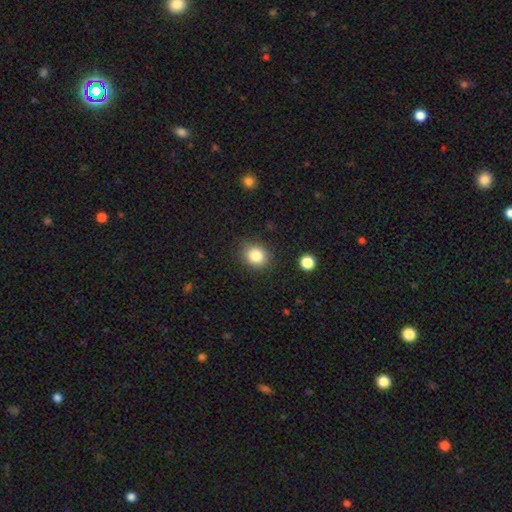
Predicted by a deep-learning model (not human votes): This appears to be a smooth galaxy with no disk features (84%) that is round (71%). Merging: none (87%).